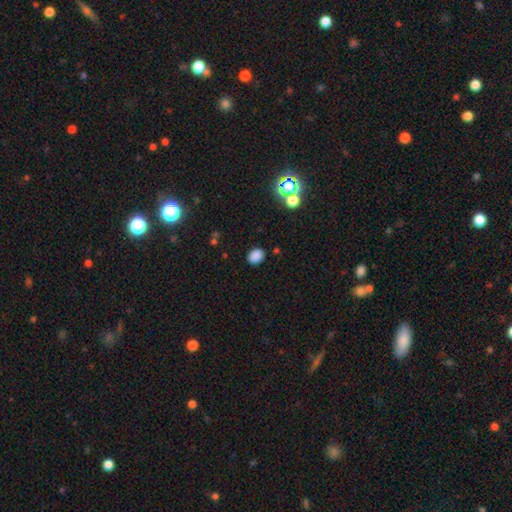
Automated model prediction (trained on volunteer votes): Smooth or featured?
  - smooth: 83% *
  - star or artifact: 13%
  - featured or disk: 4%
How rounded?
  - in between: 60% *
  - round: 39%
  - cigar-shaped: 1%
Merging?
  - none: 86% *
  - minor disturbance: 9%
  - major disturbance: 3%
  - merger: 2%